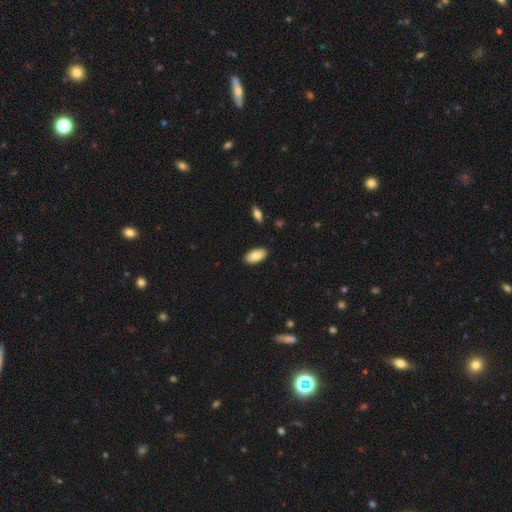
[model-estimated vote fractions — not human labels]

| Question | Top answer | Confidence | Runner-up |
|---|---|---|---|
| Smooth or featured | smooth | 87% | featured or disk (7%) |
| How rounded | in between | 93% | cigar-shaped (5%) |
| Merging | none | 89% | minor disturbance (8%) |